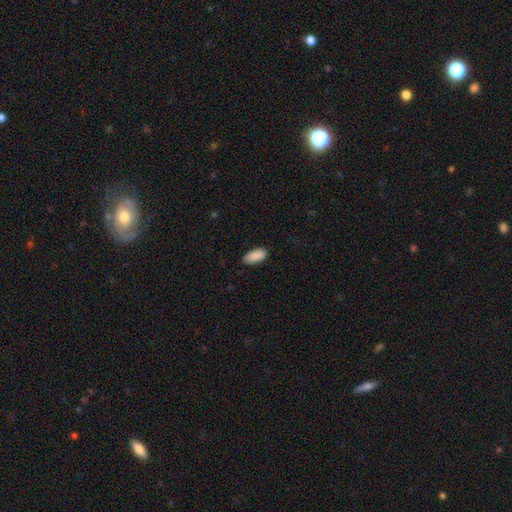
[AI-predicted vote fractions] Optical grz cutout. It shows a smooth galaxy with no disk features (91%) that is in between round and cigar-shaped (91%). Merging: none (86%).